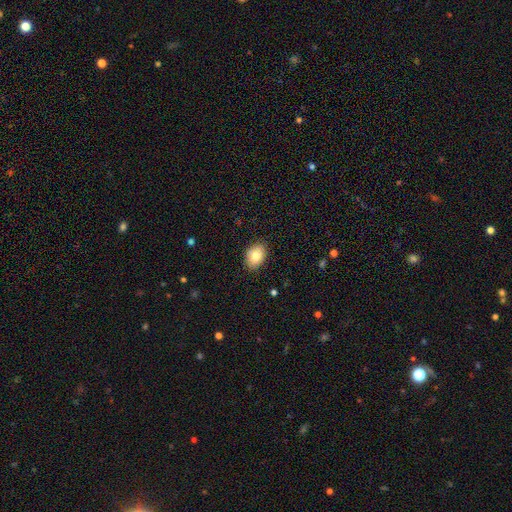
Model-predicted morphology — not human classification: Q: Smooth or featured?
A: smooth (82%); runner-up: featured or disk (10%)
Q: How rounded?
A: in between (80%); runner-up: round (19%)
Q: Merging?
A: none (86%); runner-up: minor disturbance (11%)